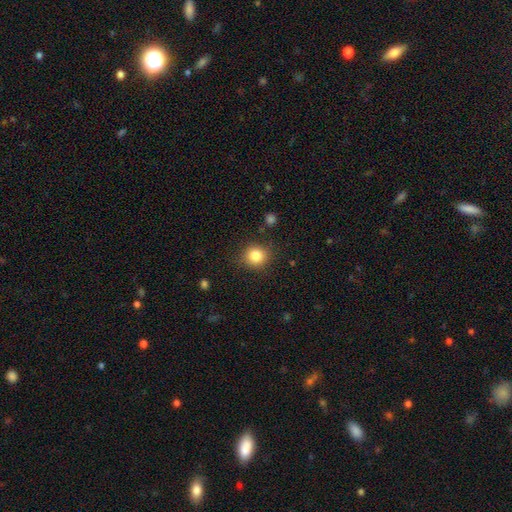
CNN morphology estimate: A smooth galaxy with no disk features (83%) that is round (88%). Merging: none (87%).